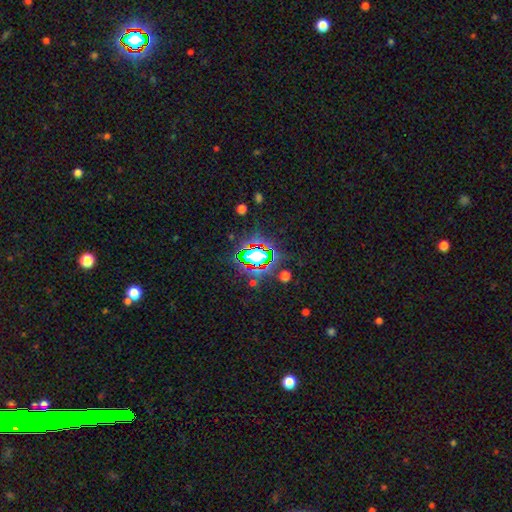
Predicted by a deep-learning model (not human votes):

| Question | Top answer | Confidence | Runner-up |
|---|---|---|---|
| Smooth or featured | star or artifact | 65% | smooth (22%) |